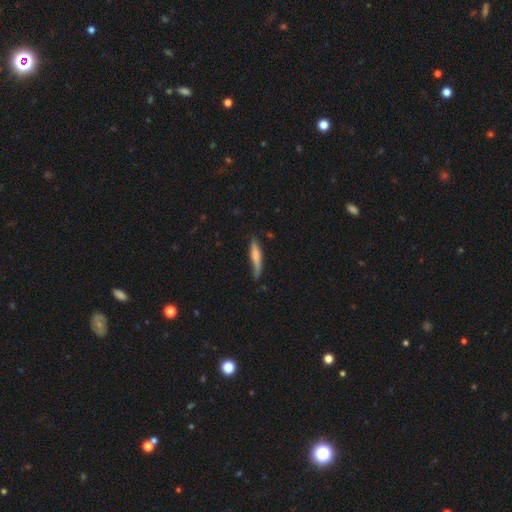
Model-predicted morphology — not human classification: This appears to be a smooth galaxy with no disk features (67%) that is cigar-shaped (88%). Merging: none (61%).